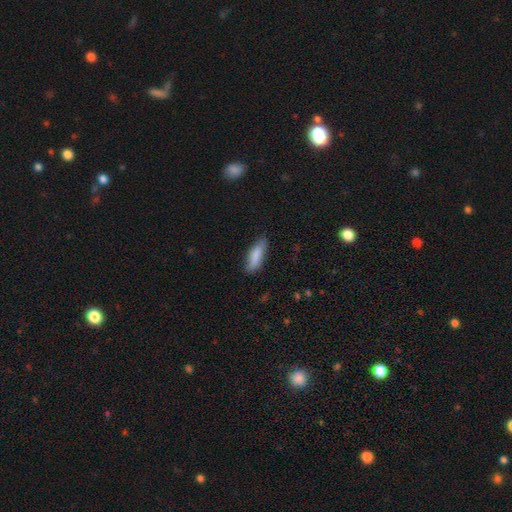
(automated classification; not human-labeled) This appears to be a smooth galaxy with no disk features (83%) that is in between round and cigar-shaped (50%). Merging: none (78%).